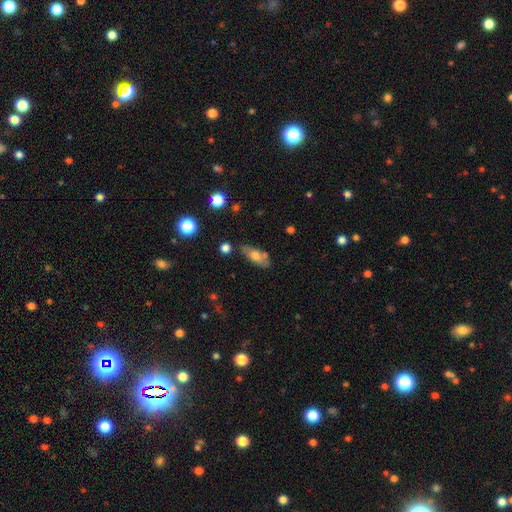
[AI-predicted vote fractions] The model was most divided on "smooth or featured": smooth: 64%, featured or disk: 29%, star or artifact: 7%. More confident: how rounded — in between (79%); merging — none (68%).